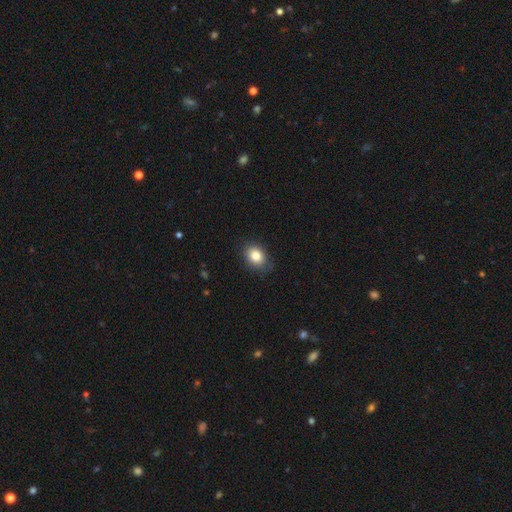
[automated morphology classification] Smooth or featured: smooth — 81% (star or artifact — 9%)
How rounded: in between — 61% (round — 38%)
Merging: none — 81% (minor disturbance — 15%)